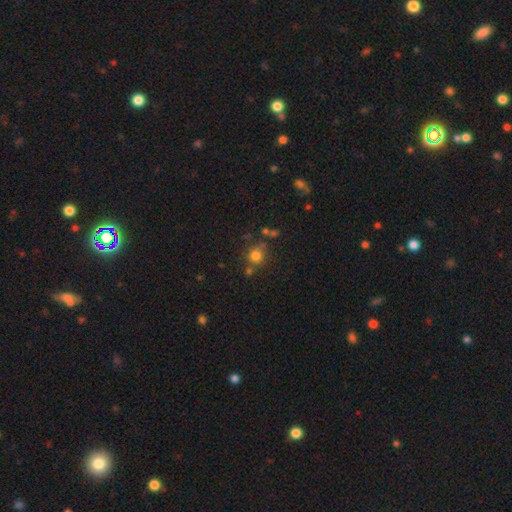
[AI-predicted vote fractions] A smooth galaxy with no disk features (76%) that is round (83%). Merging: none (65%).